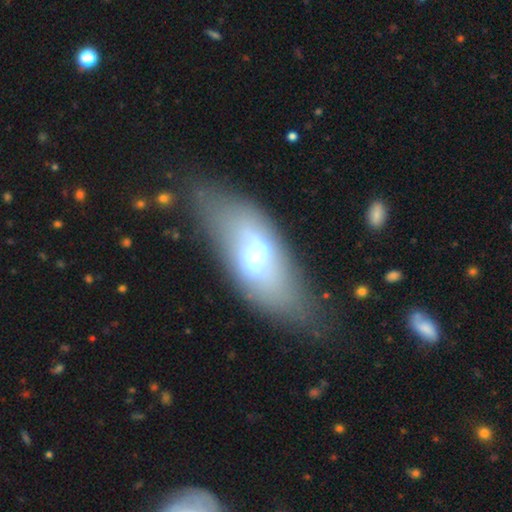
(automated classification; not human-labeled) Smooth or featured? featured or disk (51%)
Edge-on disk? no (72%)
Merging? none (68%)